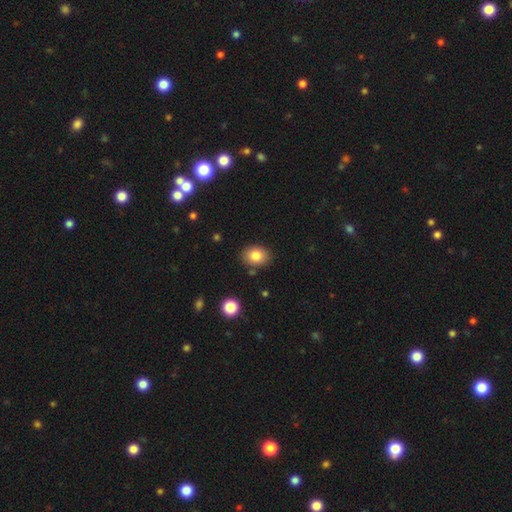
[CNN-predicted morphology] type=smooth (82%); roundness=in between (60%); merging=none (85%).